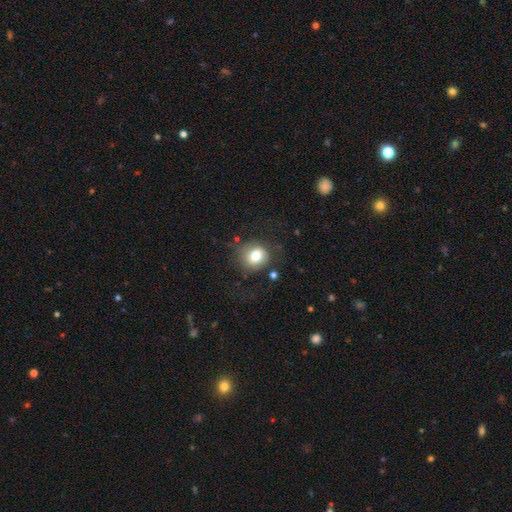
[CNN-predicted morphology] Smooth or featured? smooth (75%)
How rounded? round (79%)
Merging? none (71%)